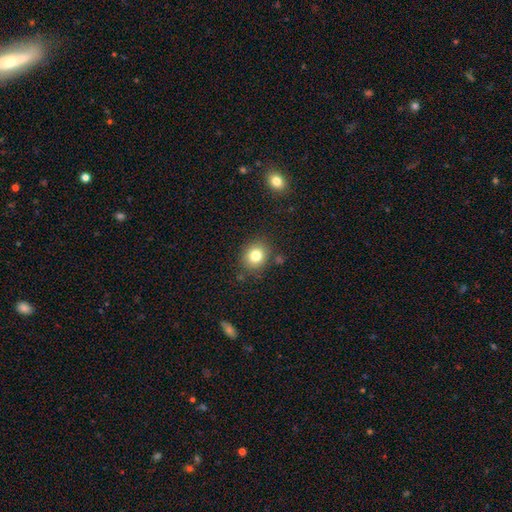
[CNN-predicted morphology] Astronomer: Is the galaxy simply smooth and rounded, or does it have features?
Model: smooth — 80%.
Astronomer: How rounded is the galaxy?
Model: round — 75%.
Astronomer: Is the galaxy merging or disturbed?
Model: none — 84%.